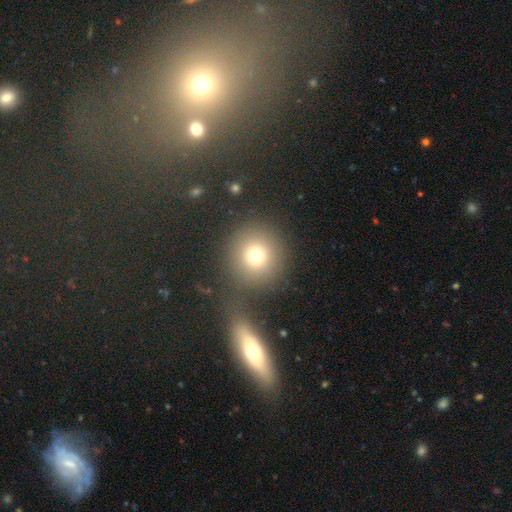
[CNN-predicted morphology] Smooth or featured? Predicted: smooth (p=0.75). How rounded? Predicted: round (p=0.90). Merging? Predicted: none (p=0.67).